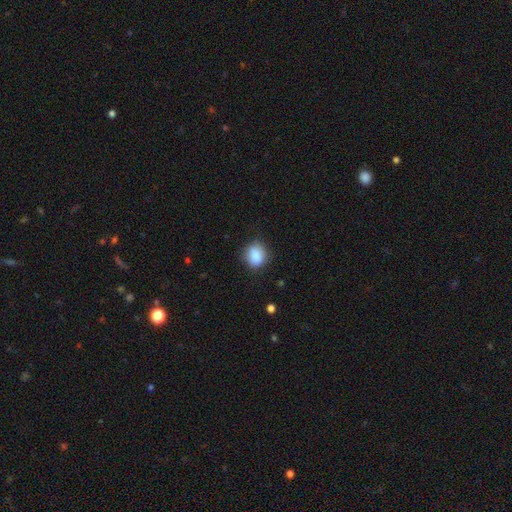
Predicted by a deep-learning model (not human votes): Smooth or featured? Predicted: smooth (p=0.85). How rounded? Predicted: round (p=0.55). Merging? Predicted: none (p=0.77).